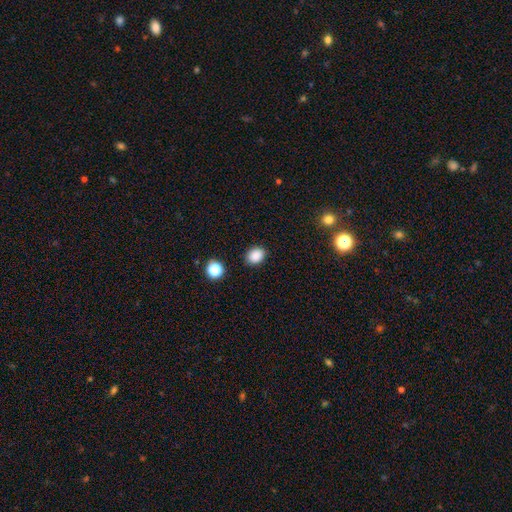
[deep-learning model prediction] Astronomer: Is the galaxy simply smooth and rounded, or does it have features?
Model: smooth — 86%.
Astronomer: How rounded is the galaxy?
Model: in between — 51% (runner-up: round, 49%).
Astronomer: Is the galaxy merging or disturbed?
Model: none — 86%.